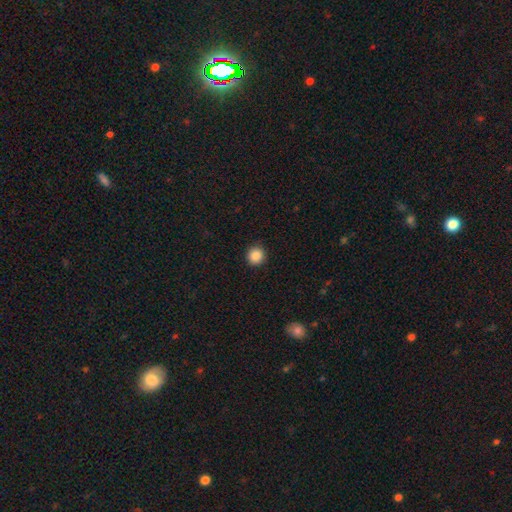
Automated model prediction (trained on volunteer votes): Smooth or featured?
  - smooth: 87% *
  - star or artifact: 10%
  - featured or disk: 3%
How rounded?
  - round: 94% *
  - in between: 6%
  - cigar-shaped: 1%
Merging?
  - none: 92% *
  - minor disturbance: 5%
  - major disturbance: 2%
  - merger: 1%